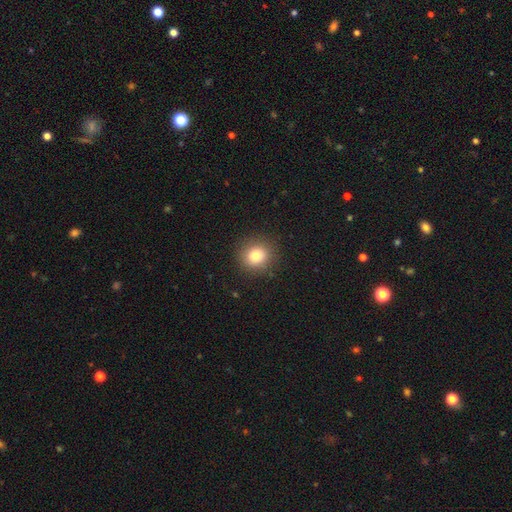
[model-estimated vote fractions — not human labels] Smooth or featured?
  - smooth: 81% *
  - star or artifact: 11%
  - featured or disk: 8%
How rounded?
  - round: 86% *
  - in between: 13%
  - cigar-shaped: 1%
Merging?
  - none: 89% *
  - minor disturbance: 7%
  - major disturbance: 2%
  - merger: 1%